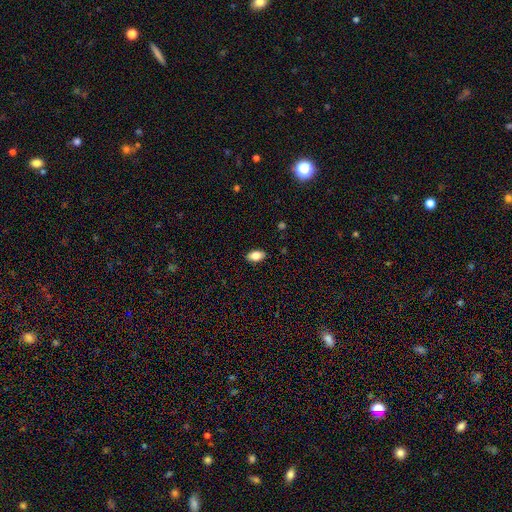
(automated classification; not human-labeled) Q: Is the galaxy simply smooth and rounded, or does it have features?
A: smooth — 85%.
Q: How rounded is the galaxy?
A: in between — 91%.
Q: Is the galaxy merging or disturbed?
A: none — 88%.